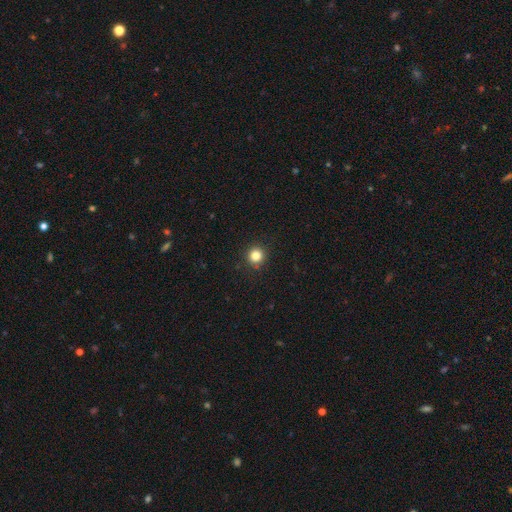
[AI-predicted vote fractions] smooth_or_featured: smooth (p=0.83) [alt: star or artifact p=0.13]
how_rounded: round (p=0.95) [alt: in between p=0.04]
merging: none (p=0.92) [alt: minor disturbance p=0.05]